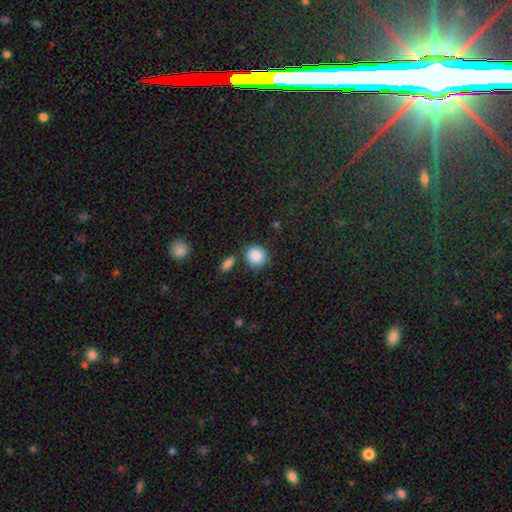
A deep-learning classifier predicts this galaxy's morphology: This is clearly a smooth galaxy (87%). How rounded: clearly round (85%). Merging: likely none (77%).